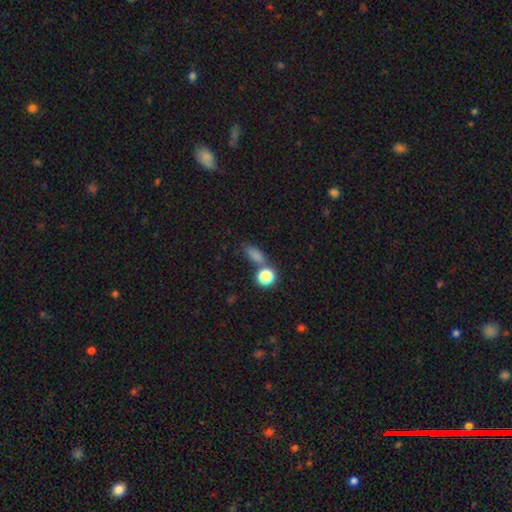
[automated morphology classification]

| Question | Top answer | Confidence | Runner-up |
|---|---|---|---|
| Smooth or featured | smooth | 72% | star or artifact (21%) |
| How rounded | in between | 61% | round (23%) |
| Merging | none | 61% | merger (19%) |